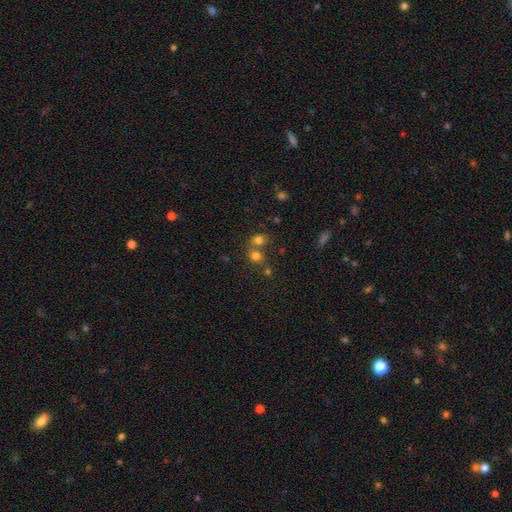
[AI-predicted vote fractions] Smooth or featured?
  - smooth: 74% *
  - star or artifact: 17%
  - featured or disk: 9%
How rounded?
  - round: 76% *
  - in between: 23%
  - cigar-shaped: 1%
Merging?
  - none: 47% *
  - merger: 43%
  - minor disturbance: 7%
  - major disturbance: 3%